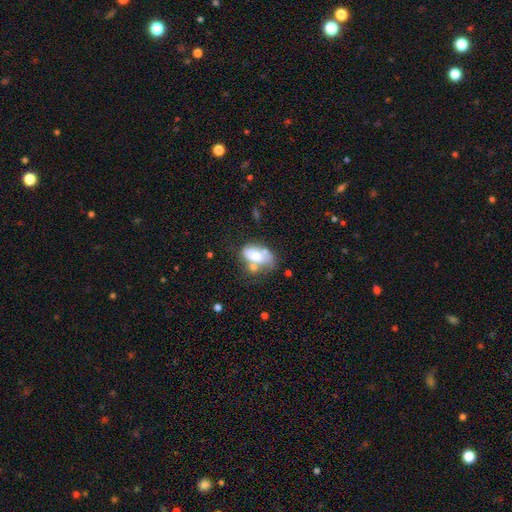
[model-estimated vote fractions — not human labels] Overall: smooth (64%; featured or disk 28%). How rounded: in between (90%). Merging: none (32%; merger 31%).